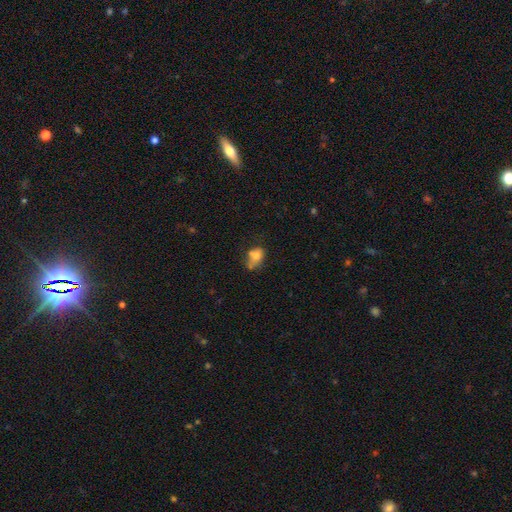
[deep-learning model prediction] Smooth or featured?
  - smooth: 68% *
  - featured or disk: 21%
  - star or artifact: 12%
How rounded?
  - in between: 70% *
  - round: 27%
  - cigar-shaped: 2%
Merging?
  - none: 32% *
  - merger: 27%
  - minor disturbance: 25%
  - major disturbance: 16%